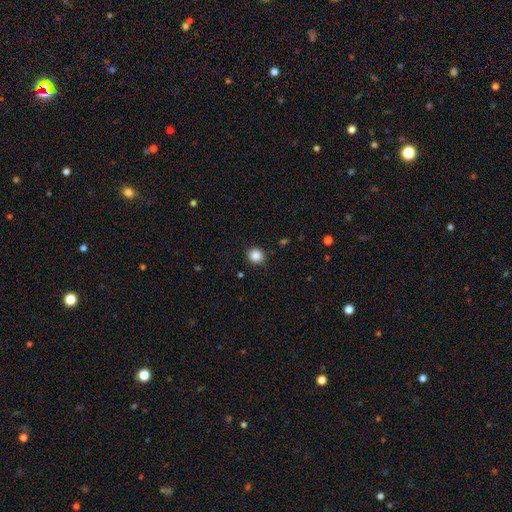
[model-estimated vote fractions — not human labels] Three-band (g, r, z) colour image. It shows a smooth galaxy with no disk features (85%) that is round (88%). Merging: none (90%).